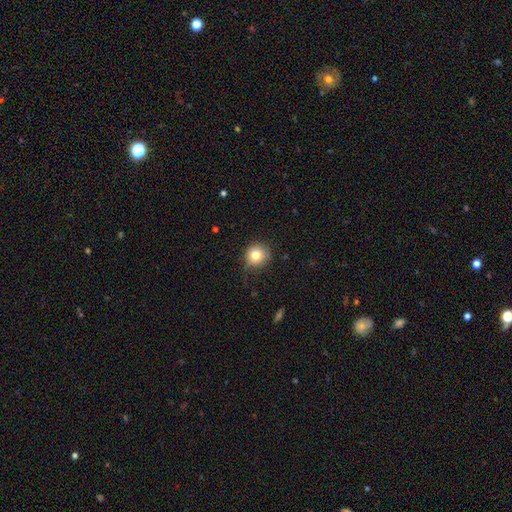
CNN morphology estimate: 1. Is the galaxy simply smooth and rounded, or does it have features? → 80% smooth, 11% star or artifact, 9% featured or disk.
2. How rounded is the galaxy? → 91% round, 8% in between, 1% cigar-shaped.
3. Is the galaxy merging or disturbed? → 76% none, 18% minor disturbance, 5% major disturbance, 1% merger.